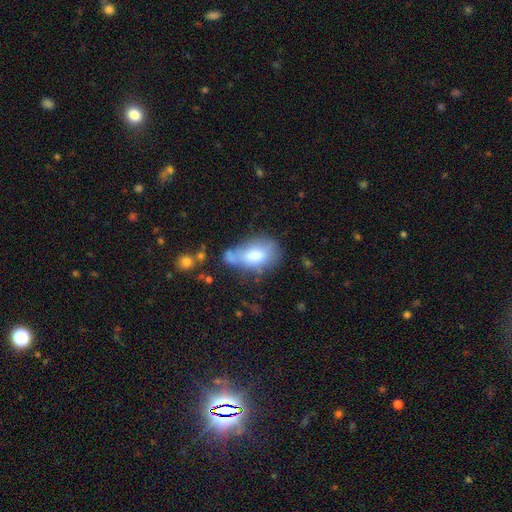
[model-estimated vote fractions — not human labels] Smooth or featured?
  - smooth: 66% *
  - featured or disk: 22%
  - star or artifact: 12%
How rounded?
  - in between: 85% *
  - round: 13%
  - cigar-shaped: 2%
Merging?
  - none: 37% *
  - minor disturbance: 28%
  - merger: 20%
  - major disturbance: 14%